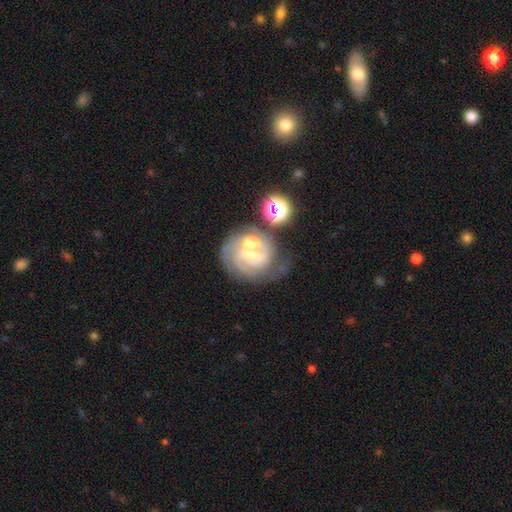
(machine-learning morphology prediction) smooth_or_featured: featured or disk (p=0.75) [alt: star or artifact p=0.13]
disk_edge_on: no (p=0.97) [alt: yes p=0.03]
bar: no (p=0.47) [alt: weak p=0.39]
has_spiral_arms: yes (p=0.92) [alt: no p=0.08]
spiral_winding: tight (p=0.60) [alt: medium p=0.32]
spiral_arm_count: 2 (p=0.28) [tied with: can't tell p=0.28]
bulge_size: moderate (p=0.50) [alt: small p=0.35]
merging: none (p=0.45) [alt: merger p=0.20]